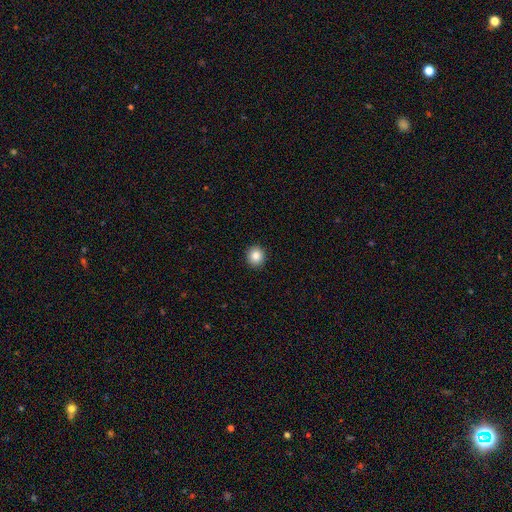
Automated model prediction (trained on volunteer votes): This appears to be a smooth galaxy with no disk features (86%) that is round (91%). Merging: none (93%).